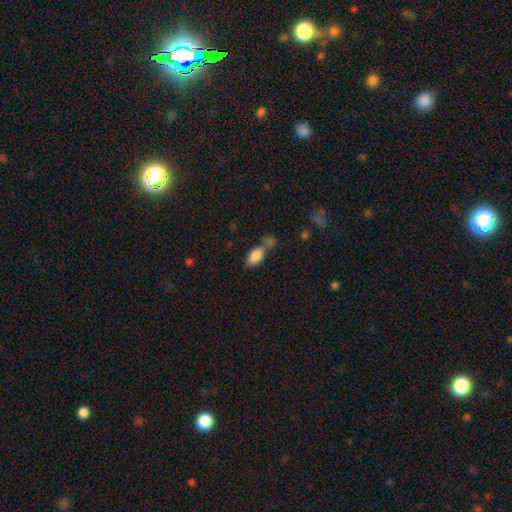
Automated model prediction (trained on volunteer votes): This is clearly a smooth galaxy (86%). How rounded: clearly in between (92%). Merging: possibly none (47%).